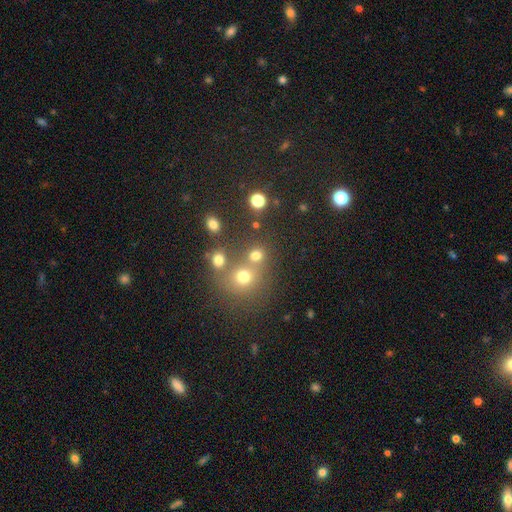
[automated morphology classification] Smooth or featured?
  - smooth: 73% *
  - star or artifact: 18%
  - featured or disk: 9%
How rounded?
  - round: 82% *
  - in between: 17%
  - cigar-shaped: 1%
Merging?
  - none: 59% *
  - merger: 28%
  - minor disturbance: 8%
  - major disturbance: 4%